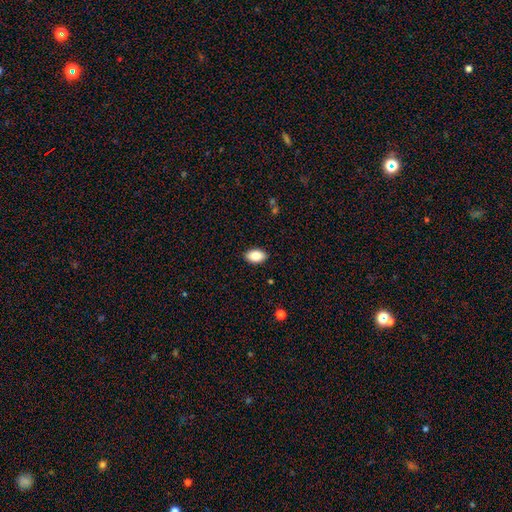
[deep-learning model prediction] Smooth or featured?
  - smooth: 88% *
  - star or artifact: 7%
  - featured or disk: 5%
How rounded?
  - in between: 92% *
  - round: 7%
  - cigar-shaped: 1%
Merging?
  - none: 89% *
  - minor disturbance: 8%
  - major disturbance: 2%
  - merger: 1%